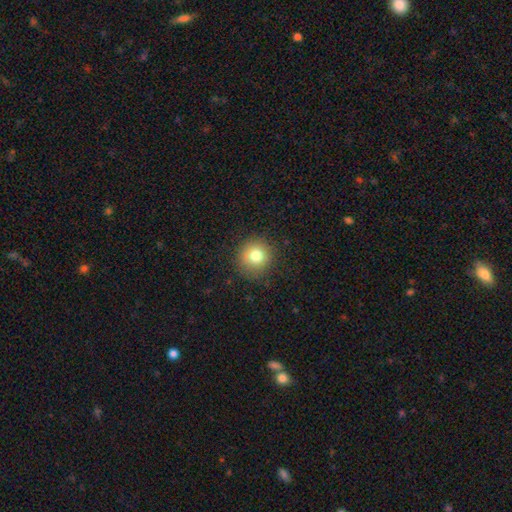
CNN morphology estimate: The model was most divided on "smooth or featured": smooth: 81%, star or artifact: 11%, featured or disk: 8%. More confident: how rounded — round (92%); merging — none (86%).